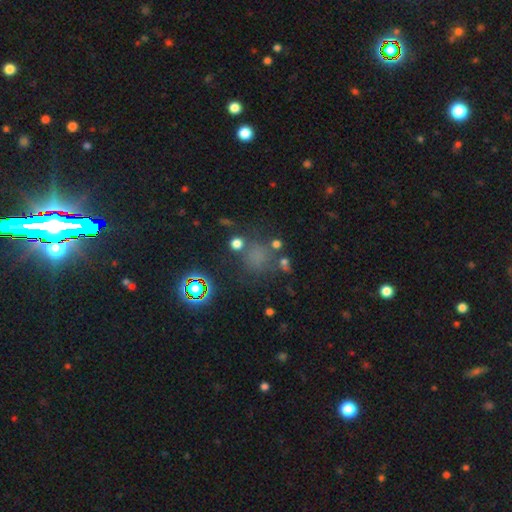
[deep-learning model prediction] Smooth or featured? Predicted: smooth (p=0.53). How rounded? Predicted: round (p=0.87). Merging? Predicted: none (p=0.67).